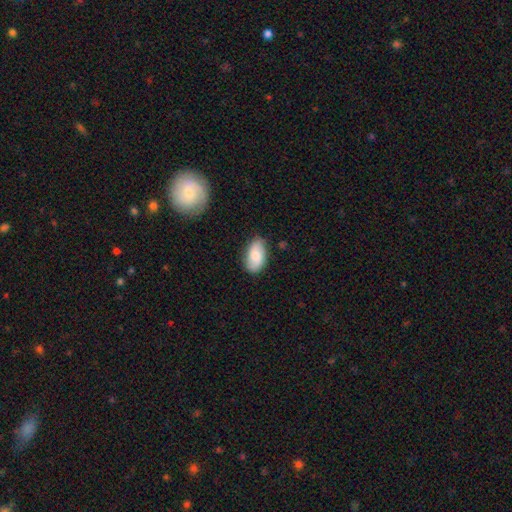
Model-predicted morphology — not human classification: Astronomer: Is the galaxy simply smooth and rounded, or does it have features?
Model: smooth — 69%.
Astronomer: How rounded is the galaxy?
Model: in between — 93%.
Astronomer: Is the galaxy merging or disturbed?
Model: none — 78%.